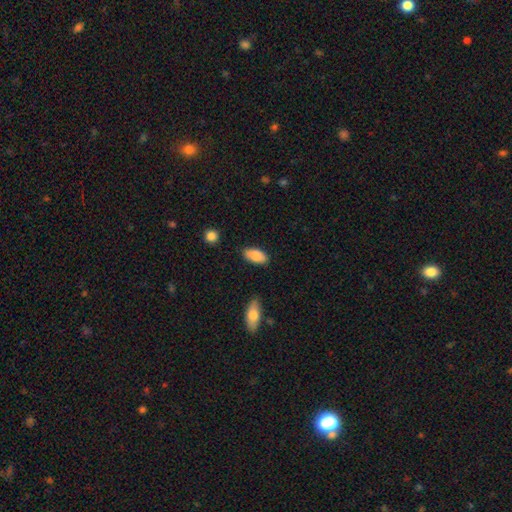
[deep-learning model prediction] smooth-or-featured: smooth: 85% | featured or disk: 9% | star or artifact: 6%
  how-rounded: in between: 92% | cigar-shaped: 5% | round: 2%
  merging: none: 84% | minor disturbance: 12% | major disturbance: 2% | merger: 2%